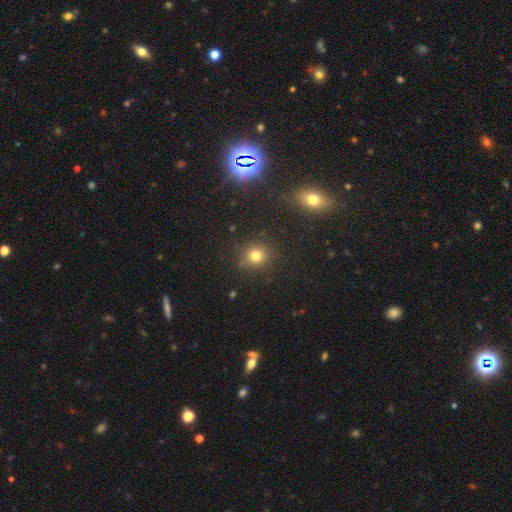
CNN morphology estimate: Q: Smooth or featured?
A: smooth (74%); runner-up: star or artifact (19%)
Q: How rounded?
A: round (86%); runner-up: in between (12%)
Q: Merging?
A: none (83%); runner-up: minor disturbance (10%)